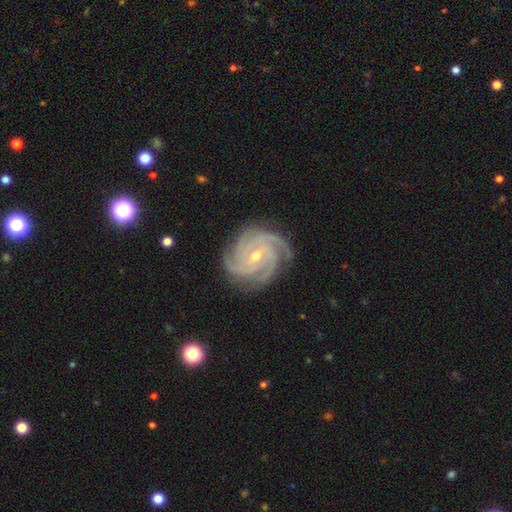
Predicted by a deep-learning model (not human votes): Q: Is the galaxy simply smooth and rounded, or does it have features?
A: featured or disk — 92%.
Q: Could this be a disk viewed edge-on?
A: no — 98%.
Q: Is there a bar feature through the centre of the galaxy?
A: no — 53%.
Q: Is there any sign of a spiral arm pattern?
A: yes — 99%.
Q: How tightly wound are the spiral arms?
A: tight — 76%.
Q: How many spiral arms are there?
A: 4 — 44%.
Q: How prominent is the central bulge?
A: small — 59%.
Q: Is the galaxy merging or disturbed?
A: none — 82%.